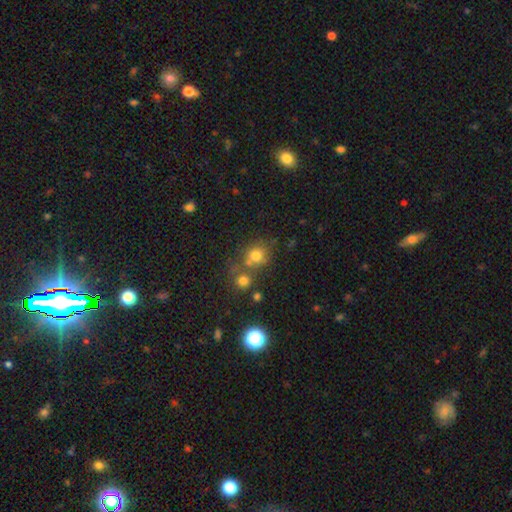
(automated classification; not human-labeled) This appears to be a smooth galaxy with no disk features (74%) that is round (82%). Merging: none (55%).